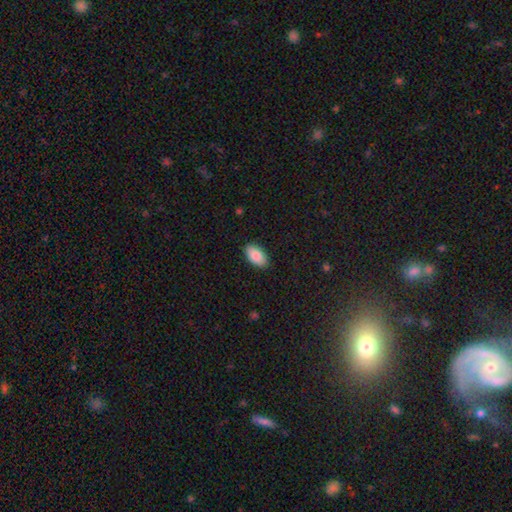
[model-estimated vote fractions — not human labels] smooth_or_featured: smooth (p=0.87) [alt: featured or disk p=0.07]
how_rounded: in between (p=0.95) [alt: round p=0.03]
merging: none (p=0.88) [alt: minor disturbance p=0.09]